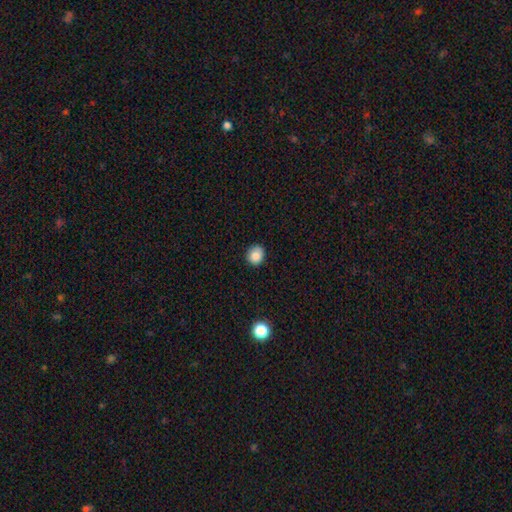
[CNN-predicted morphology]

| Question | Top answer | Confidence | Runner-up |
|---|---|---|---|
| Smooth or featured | smooth | 85% | star or artifact (10%) |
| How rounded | round | 77% | in between (22%) |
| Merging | none | 87% | minor disturbance (10%) |